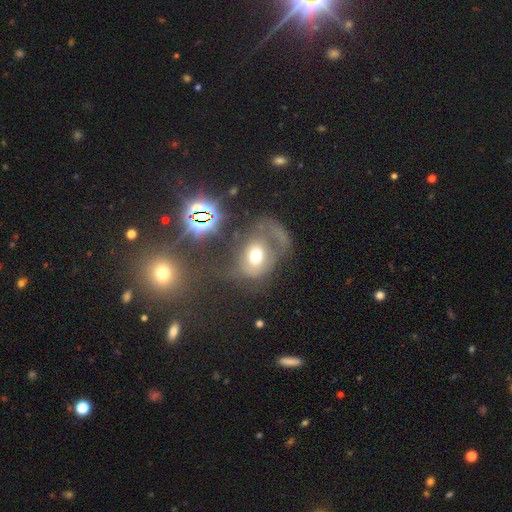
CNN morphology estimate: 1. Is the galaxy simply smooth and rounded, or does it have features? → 49% smooth, 37% featured or disk, 15% star or artifact.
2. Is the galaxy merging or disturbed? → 54% major disturbance, 23% none, 16% minor disturbance, 7% merger.